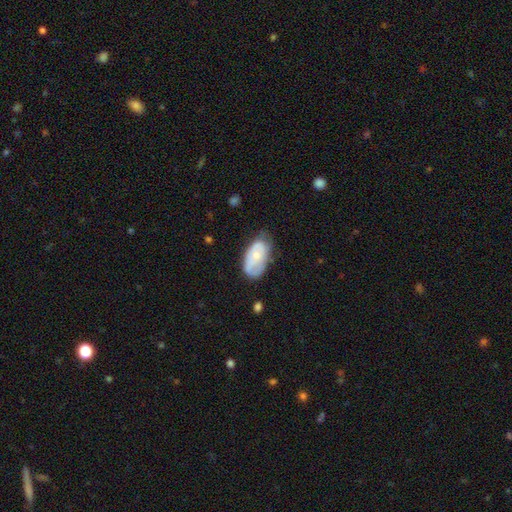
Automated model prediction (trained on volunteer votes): smooth 52%, featured or disk 42%, star or artifact 6%. Down the decision tree: how rounded — in between (93%); merging — none (50%).